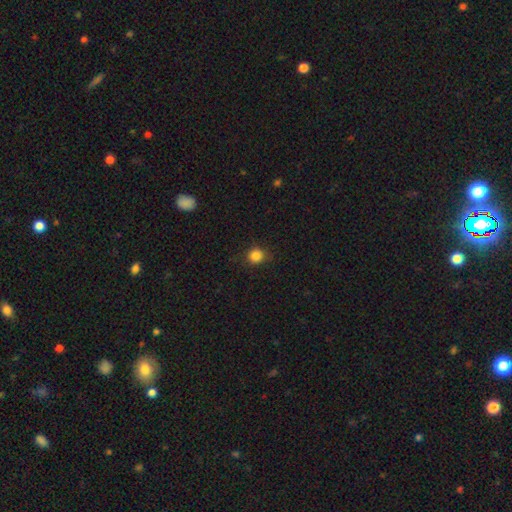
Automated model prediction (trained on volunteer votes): Smooth or featured: smooth — 85% (star or artifact — 12%)
How rounded: round — 90% (in between — 9%)
Merging: none — 86% (minor disturbance — 10%)